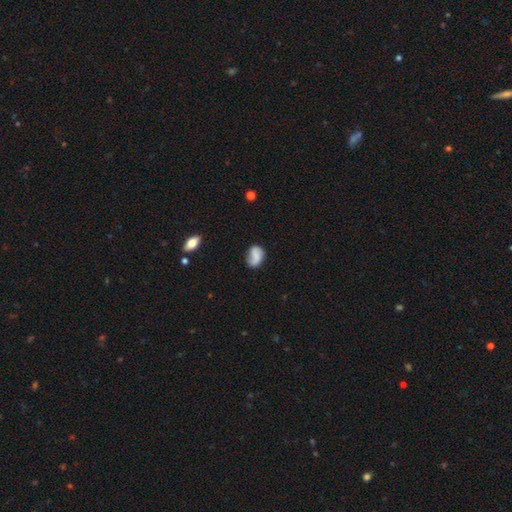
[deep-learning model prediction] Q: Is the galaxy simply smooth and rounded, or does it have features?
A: smooth — 68%.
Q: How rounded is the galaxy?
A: in between — 77%.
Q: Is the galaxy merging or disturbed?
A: none — 59%.